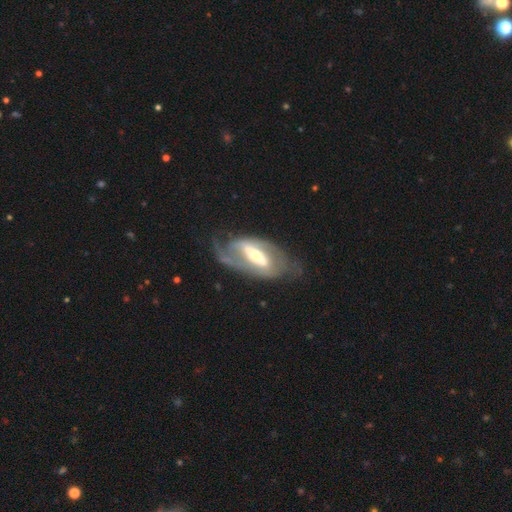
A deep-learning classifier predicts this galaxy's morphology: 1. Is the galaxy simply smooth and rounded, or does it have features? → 82% featured or disk, 13% smooth, 5% star or artifact.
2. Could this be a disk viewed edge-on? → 92% no, 8% yes.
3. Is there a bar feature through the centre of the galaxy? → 61% strong, 25% weak, 14% no.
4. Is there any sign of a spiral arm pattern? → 82% yes, 18% no.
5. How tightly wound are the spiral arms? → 43% medium, 29% tight, 28% loose.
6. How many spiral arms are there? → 76% 2, 11% can't tell, 10% 1, 2% 3, 1% 4, 1% more than 4.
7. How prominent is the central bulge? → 59% moderate, 30% small, 8% large, 1% dominant, 1% none.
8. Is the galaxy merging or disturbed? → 60% none, 20% minor disturbance, 18% major disturbance, 2% merger.